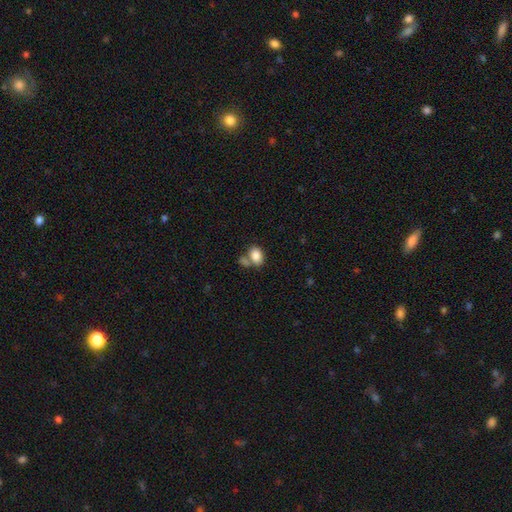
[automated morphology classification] smooth 84%, star or artifact 9%, featured or disk 7%. Down the decision tree: how rounded — in between (77%); merging — none (48%).